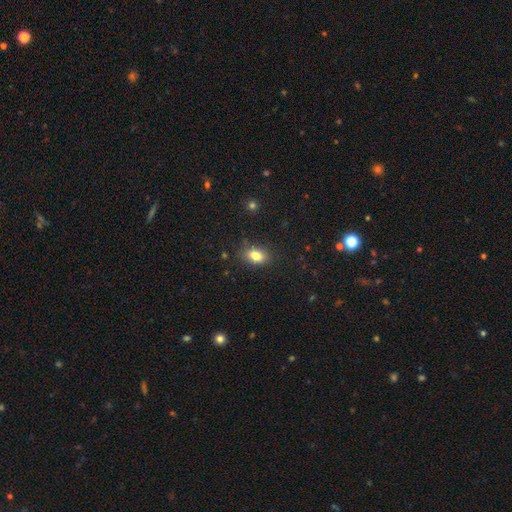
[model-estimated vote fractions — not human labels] smooth-or-featured: smooth: 81% | star or artifact: 10% | featured or disk: 9%
  how-rounded: in between: 82% | round: 15% | cigar-shaped: 2%
  merging: none: 83% | minor disturbance: 12% | major disturbance: 3% | merger: 2%